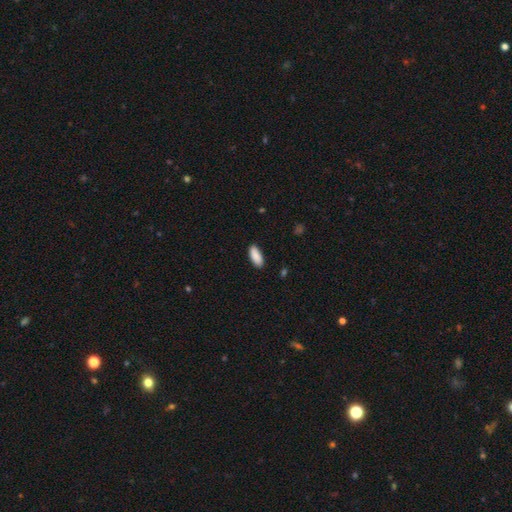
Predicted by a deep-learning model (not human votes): This is clearly a smooth galaxy (90%). How rounded: clearly in between (81%). Merging: clearly none (88%).